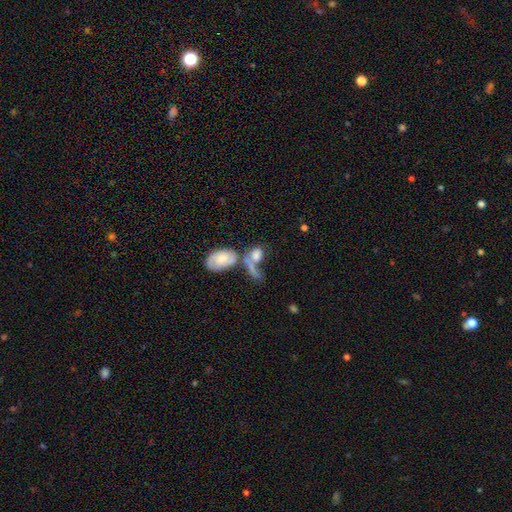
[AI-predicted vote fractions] This appears to be a smooth galaxy with no disk features (69%) that is in between round and cigar-shaped (75%). Merging: merger (52%).